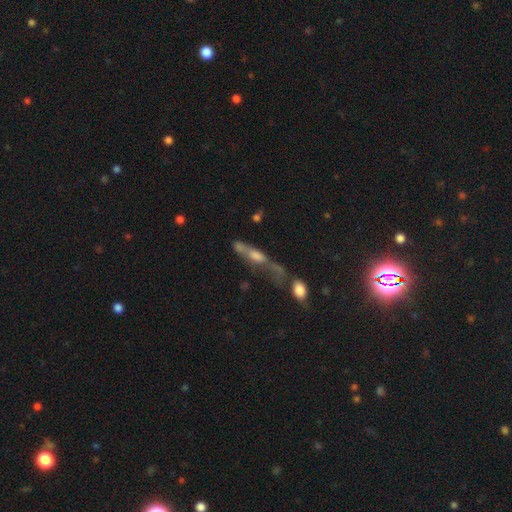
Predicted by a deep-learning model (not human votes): Smooth or featured?
  - featured or disk: 46% *
  - smooth: 42%
  - star or artifact: 12%
Merging?
  - merger: 42% *
  - major disturbance: 23%
  - none: 22%
  - minor disturbance: 13%